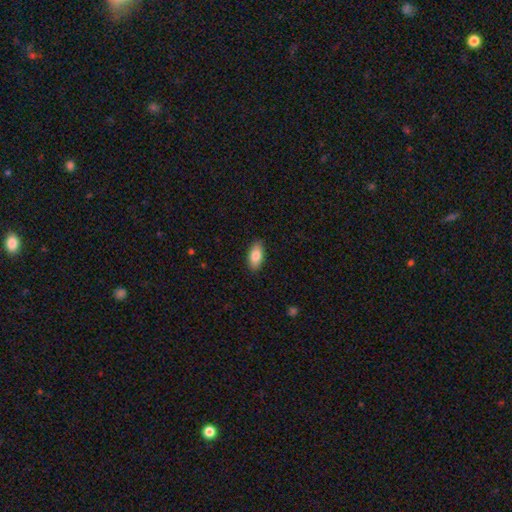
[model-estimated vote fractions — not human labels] Smooth or featured: smooth — 85% (featured or disk — 9%)
How rounded: in between — 91% (cigar-shaped — 6%)
Merging: none — 88% (minor disturbance — 9%)